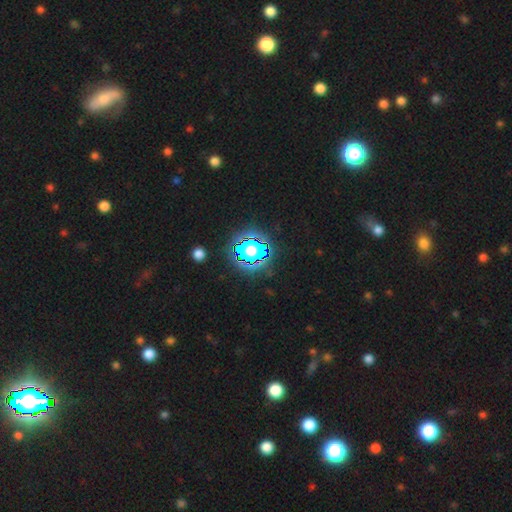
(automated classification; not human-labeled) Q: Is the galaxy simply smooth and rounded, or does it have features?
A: star or artifact — 80%.